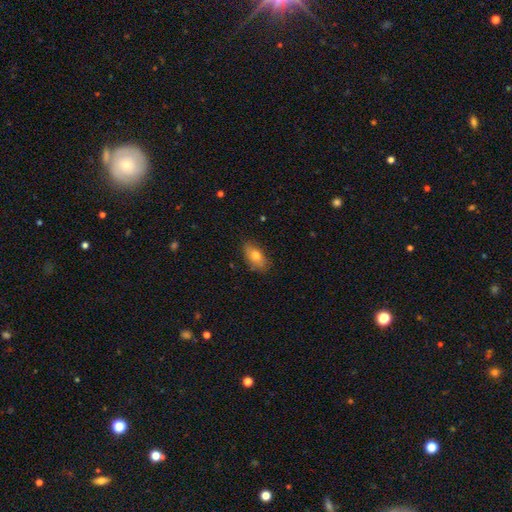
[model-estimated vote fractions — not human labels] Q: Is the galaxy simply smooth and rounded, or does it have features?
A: smooth — 75%.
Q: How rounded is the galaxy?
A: in between — 89%.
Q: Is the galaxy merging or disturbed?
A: none — 73%.